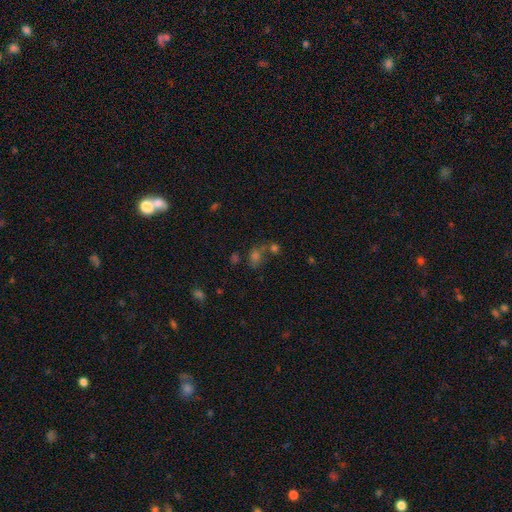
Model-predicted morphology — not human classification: The model was most divided on "smooth or featured": smooth: 47%, star or artifact: 38%, featured or disk: 15%. Remaining: merging — none (47%).